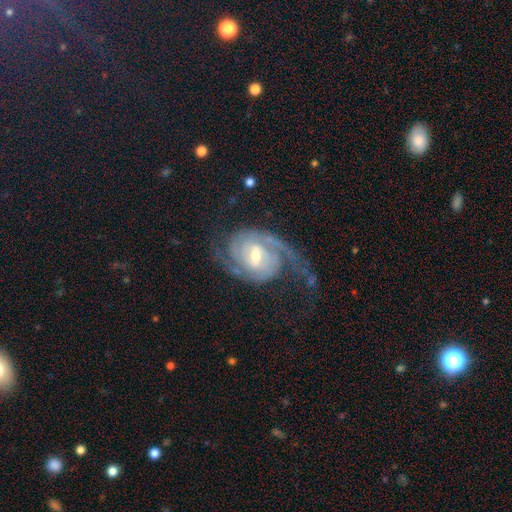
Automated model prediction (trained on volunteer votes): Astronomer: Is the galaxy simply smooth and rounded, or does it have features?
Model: featured or disk — 91%.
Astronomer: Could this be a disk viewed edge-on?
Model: no — 97%.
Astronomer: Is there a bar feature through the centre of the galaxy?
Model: weak — 55%.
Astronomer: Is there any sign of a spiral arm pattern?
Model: yes — 98%.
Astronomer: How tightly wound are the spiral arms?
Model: tight — 45% (runner-up: medium, 42%).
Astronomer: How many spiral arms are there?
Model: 2 — 76%.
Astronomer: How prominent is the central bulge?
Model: moderate — 53% (runner-up: small, 41%).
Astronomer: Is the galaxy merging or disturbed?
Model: none — 64%.